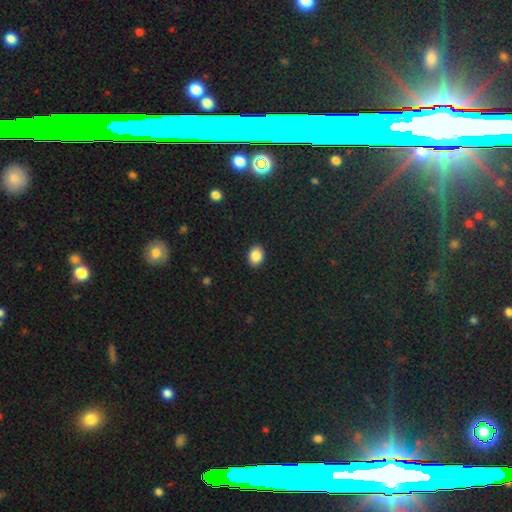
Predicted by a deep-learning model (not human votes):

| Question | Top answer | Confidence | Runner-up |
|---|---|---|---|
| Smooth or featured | smooth | 87% | star or artifact (9%) |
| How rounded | in between | 64% | round (35%) |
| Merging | none | 90% | minor disturbance (7%) |